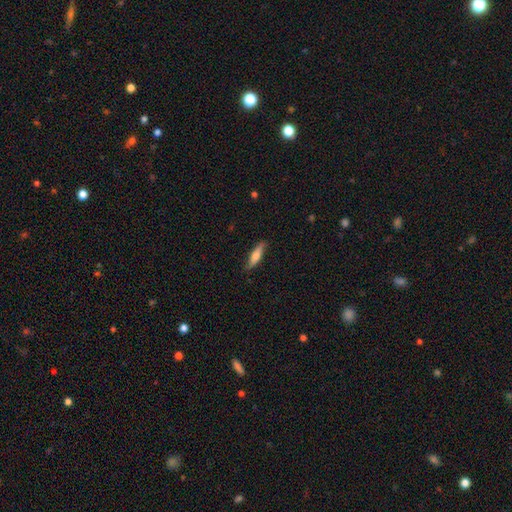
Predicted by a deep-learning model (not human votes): A smooth galaxy with no disk features (61%) that is cigar-shaped (75%). Merging: none (78%).